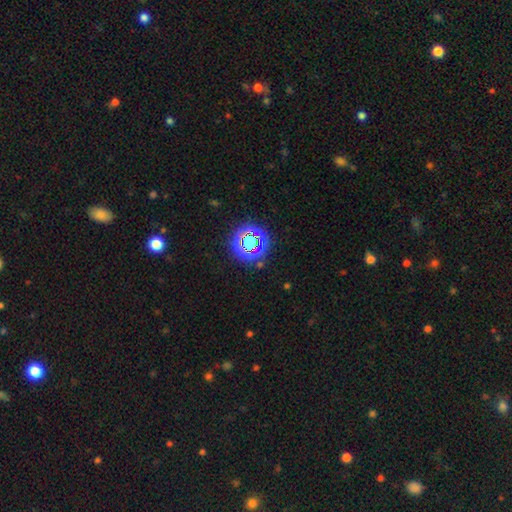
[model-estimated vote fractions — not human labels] Smooth or featured?
  - star or artifact: 68% *
  - smooth: 23%
  - featured or disk: 8%